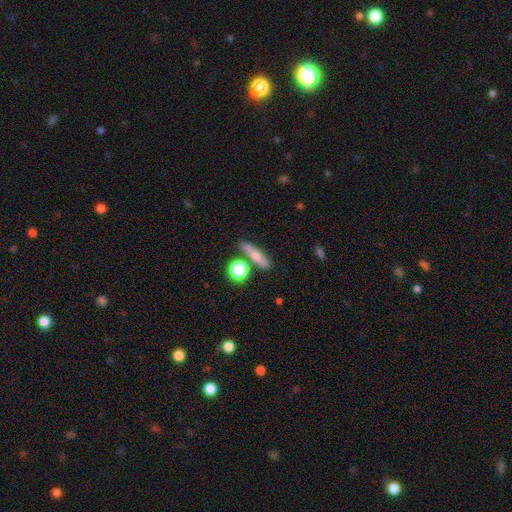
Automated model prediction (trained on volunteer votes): Smooth or featured?
  - smooth: 59% *
  - featured or disk: 30%
  - star or artifact: 11%
How rounded?
  - cigar-shaped: 63% *
  - in between: 24%
  - round: 12%
Merging?
  - none: 75% *
  - minor disturbance: 12%
  - merger: 10%
  - major disturbance: 4%